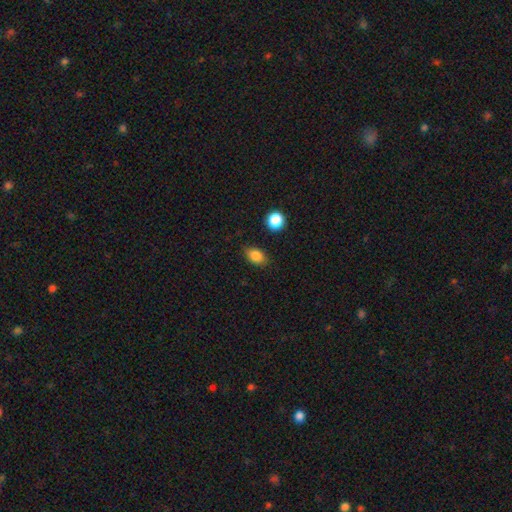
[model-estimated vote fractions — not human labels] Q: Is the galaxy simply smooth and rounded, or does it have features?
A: smooth — 85%.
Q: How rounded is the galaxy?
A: in between — 77%.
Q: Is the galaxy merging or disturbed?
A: none — 80%.